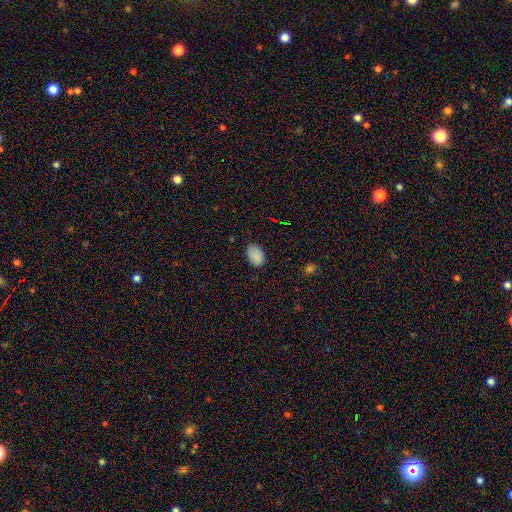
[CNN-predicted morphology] A smooth galaxy with no disk features (87%) that is in between round and cigar-shaped (89%).

Vote fractions:
- Smooth or featured? smooth: 87% / star or artifact: 9% / featured or disk: 4%
- How rounded? in between: 89% / round: 10% / cigar-shaped: 1%
- Merging? none: 81% / minor disturbance: 15% / major disturbance: 3% / merger: 1%